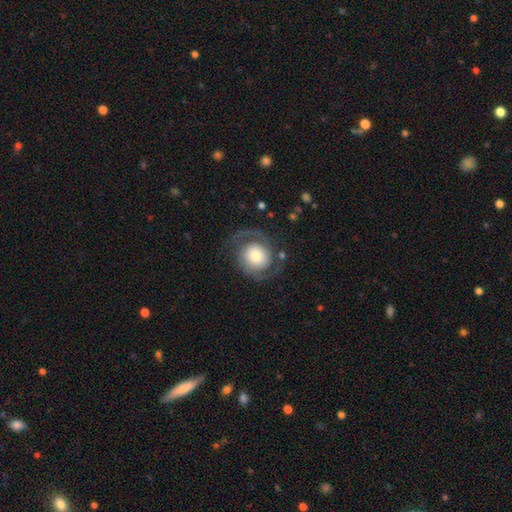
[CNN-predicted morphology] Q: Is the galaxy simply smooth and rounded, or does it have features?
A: featured or disk — 75%.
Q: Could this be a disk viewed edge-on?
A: no — 98%.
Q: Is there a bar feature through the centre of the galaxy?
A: no — 76%.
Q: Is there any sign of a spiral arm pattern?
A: yes — 91%.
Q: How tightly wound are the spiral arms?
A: medium — 46%.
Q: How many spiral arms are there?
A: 2 — 90%.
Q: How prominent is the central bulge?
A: moderate — 42%.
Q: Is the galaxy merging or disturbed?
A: none — 72%.